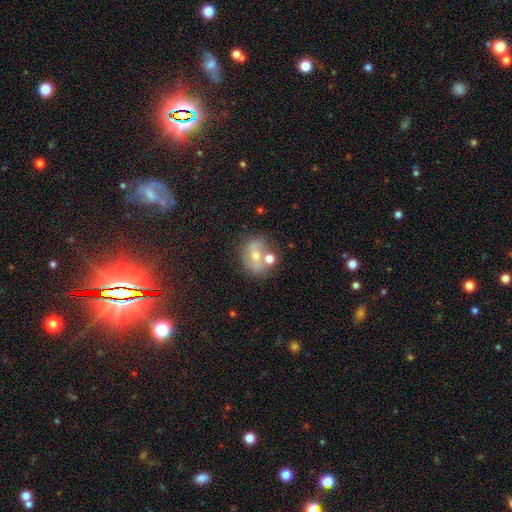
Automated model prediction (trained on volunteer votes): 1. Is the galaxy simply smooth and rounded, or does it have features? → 49% featured or disk, 40% smooth, 11% star or artifact.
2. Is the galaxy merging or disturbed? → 52% none, 24% merger, 17% minor disturbance, 7% major disturbance.